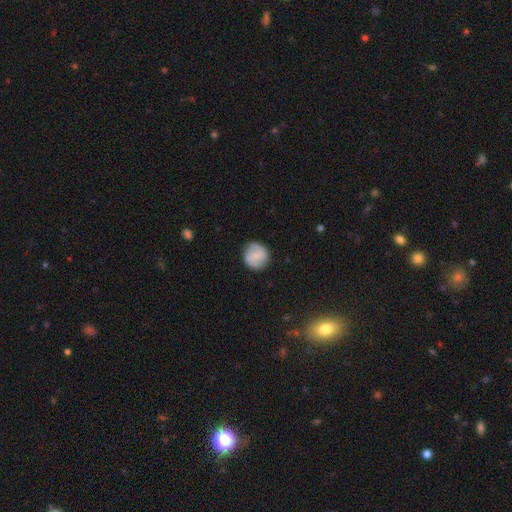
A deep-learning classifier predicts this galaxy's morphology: Overall: smooth (64%; featured or disk 28%). How rounded: round (90%). Merging: none (85%).